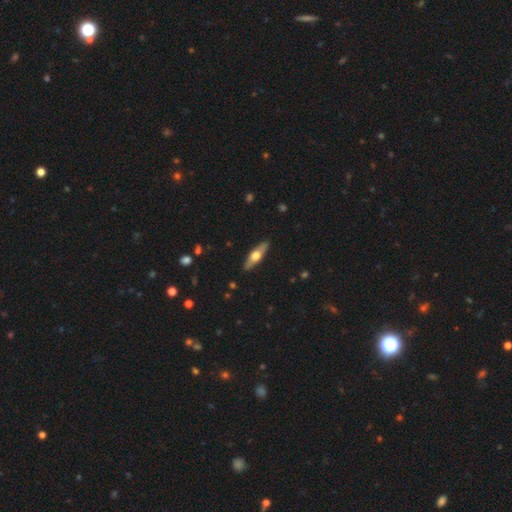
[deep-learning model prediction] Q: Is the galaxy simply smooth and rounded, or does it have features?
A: featured or disk — 54%.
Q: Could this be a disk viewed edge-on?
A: yes — 89%.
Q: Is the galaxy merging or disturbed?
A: none — 89%.